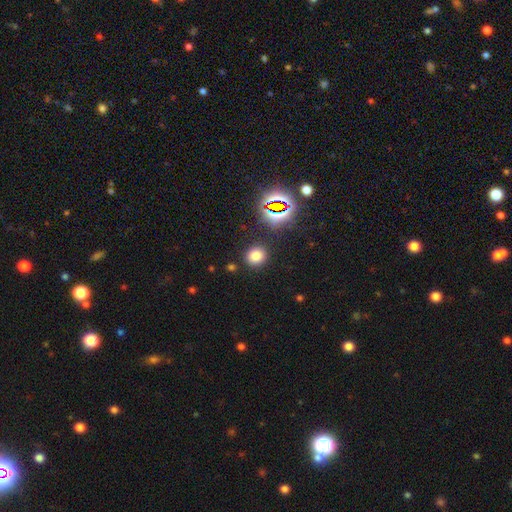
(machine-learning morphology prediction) This is likely a smooth galaxy (74%). How rounded: likely round (80%). Merging: clearly none (87%).